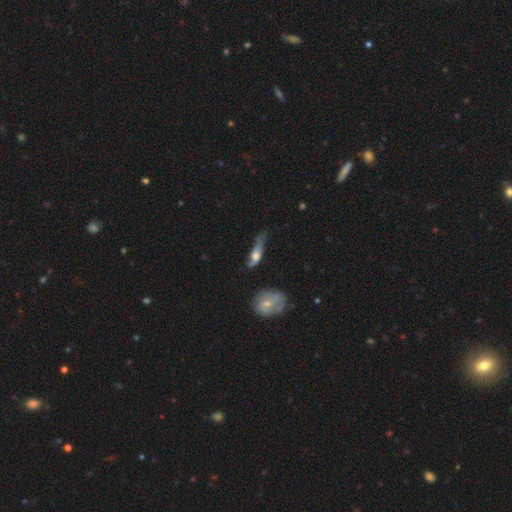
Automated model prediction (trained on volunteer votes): A featured or disk galaxy (53%) viewed edge-on (54%). Merging: minor disturbance (32%).